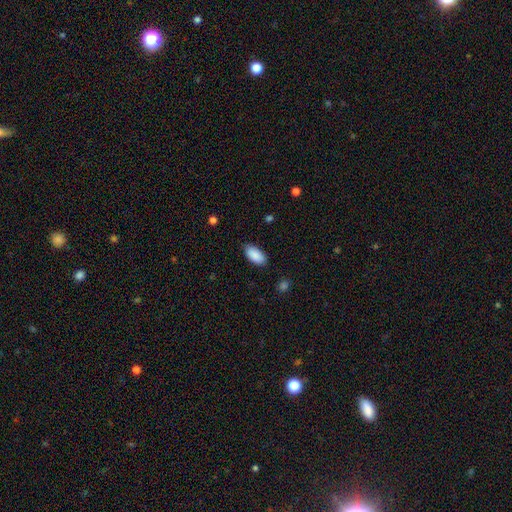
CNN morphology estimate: The model was most divided on "merging": none: 86%, minor disturbance: 11%, major disturbance: 2%, merger: 1%. More confident: how rounded — in between (94%); smooth or featured — smooth (90%).